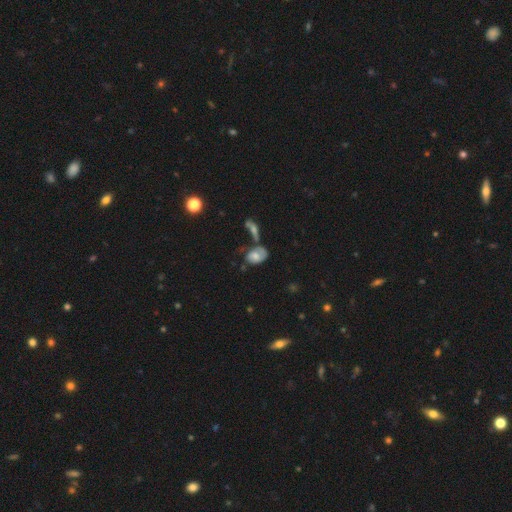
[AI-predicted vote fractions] Smooth or featured? smooth (49%)
Merging? none (32%)